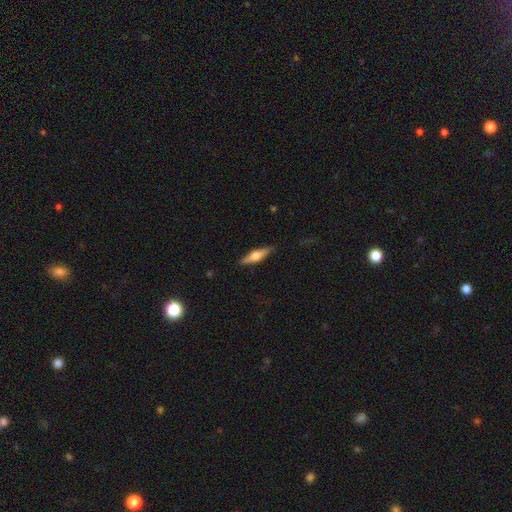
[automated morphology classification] featured or disk 65%, smooth 29%, star or artifact 6%. Down the decision tree: edge-on disk — yes (97%); edge-on bulge — rounded (93%); merging — none (89%).